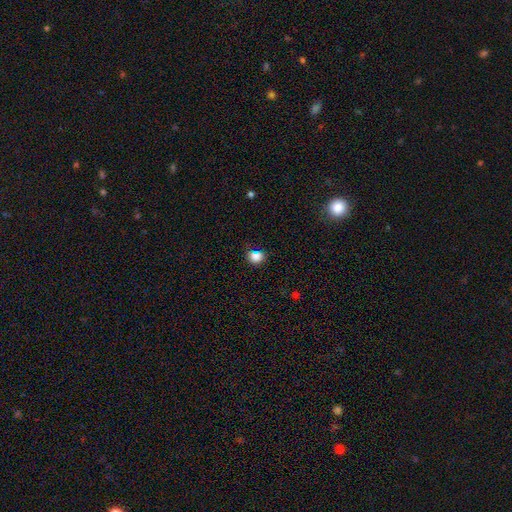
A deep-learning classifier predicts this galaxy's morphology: This is clearly a smooth galaxy (83%). How rounded: possibly round (50%). Merging: possibly none (58%).